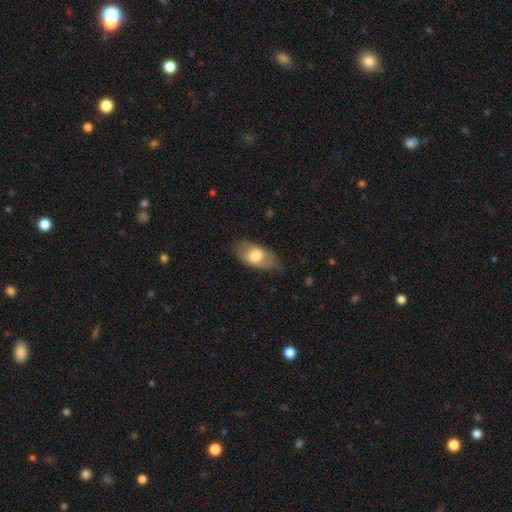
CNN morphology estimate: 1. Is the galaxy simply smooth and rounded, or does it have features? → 70% smooth, 24% featured or disk, 6% star or artifact.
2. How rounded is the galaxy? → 89% in between, 6% round, 5% cigar-shaped.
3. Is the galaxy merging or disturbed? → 66% none, 25% minor disturbance, 8% major disturbance, 1% merger.